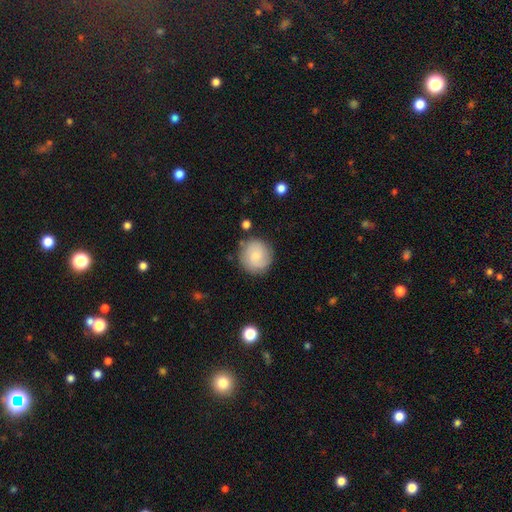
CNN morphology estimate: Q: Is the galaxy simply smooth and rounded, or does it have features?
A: smooth — 76%.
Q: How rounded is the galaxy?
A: round — 92%.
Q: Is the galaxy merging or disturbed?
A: none — 81%.